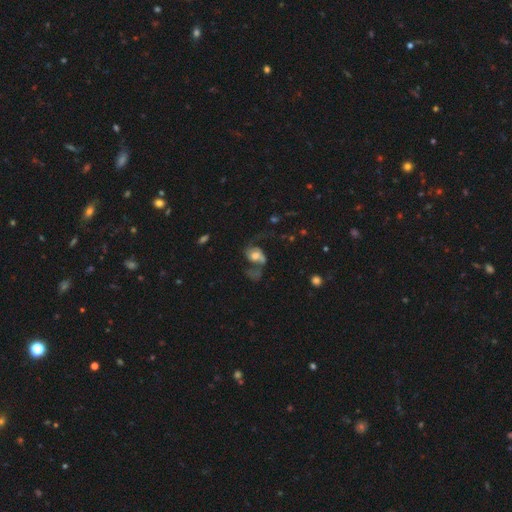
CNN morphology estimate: type=featured or disk (62%); edge-on=no (97%); bar=no (63%); spiral arms=yes (81%); bulge=moderate (50%); merging=major disturbance (35%).